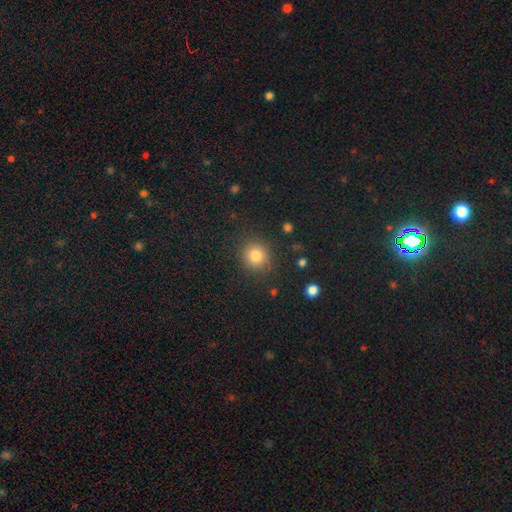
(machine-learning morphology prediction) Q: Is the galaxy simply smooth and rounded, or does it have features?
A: smooth — 81%.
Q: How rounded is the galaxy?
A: round — 90%.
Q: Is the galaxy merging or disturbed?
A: none — 88%.